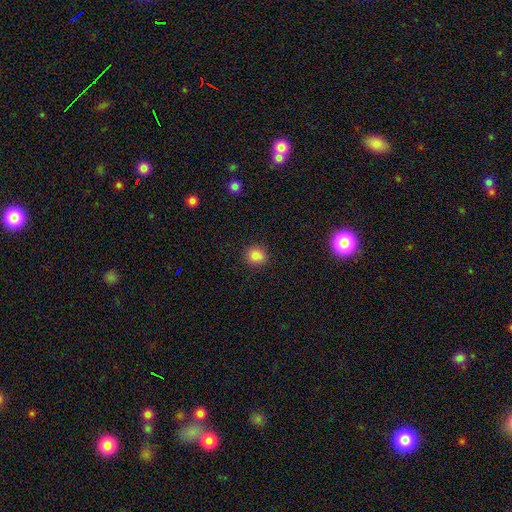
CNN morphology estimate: Overall: smooth (84%). How rounded: round (80%). Merging: none (86%).